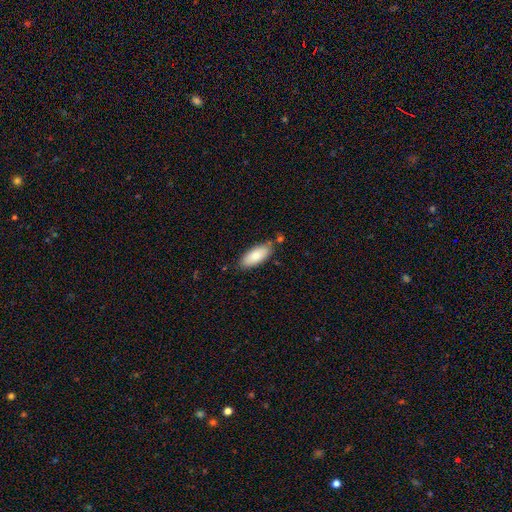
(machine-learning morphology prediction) Smooth or featured: smooth — 81% (featured or disk — 13%)
How rounded: in between — 86% (cigar-shaped — 13%)
Merging: none — 79% (minor disturbance — 14%)